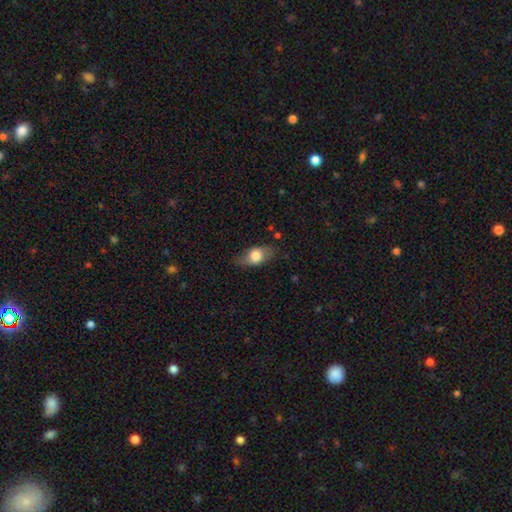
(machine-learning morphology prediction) Q: Smooth or featured?
A: smooth (68%); runner-up: featured or disk (25%)
Q: How rounded?
A: in between (80%); runner-up: round (13%)
Q: Merging?
A: none (73%); runner-up: minor disturbance (19%)